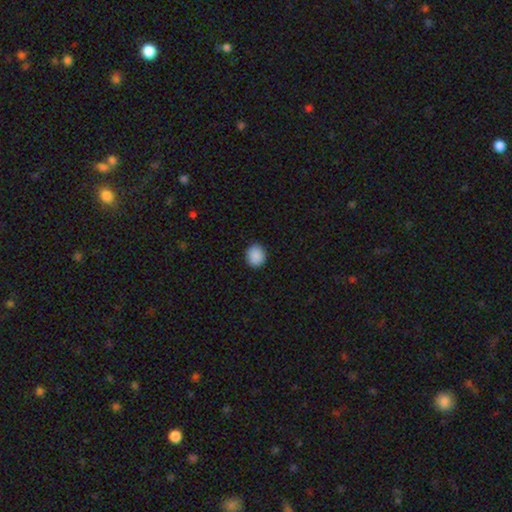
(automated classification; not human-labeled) This appears to be a smooth galaxy with no disk features (90%) that is round (72%). Merging: none (90%).